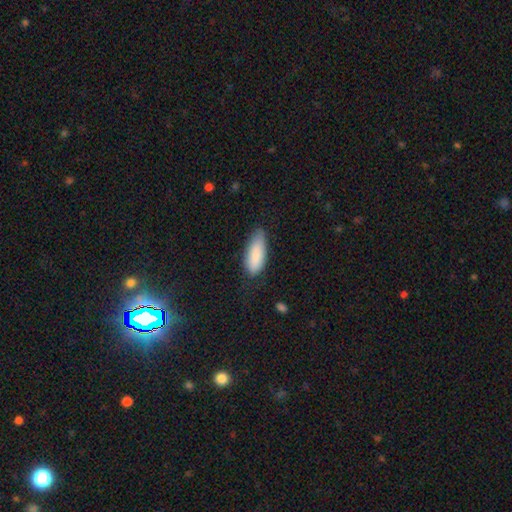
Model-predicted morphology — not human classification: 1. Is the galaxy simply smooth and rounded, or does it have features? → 87% smooth, 6% featured or disk, 6% star or artifact.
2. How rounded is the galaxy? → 75% in between, 24% cigar-shaped, 2% round.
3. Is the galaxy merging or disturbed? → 66% none, 27% minor disturbance, 6% major disturbance, 2% merger.